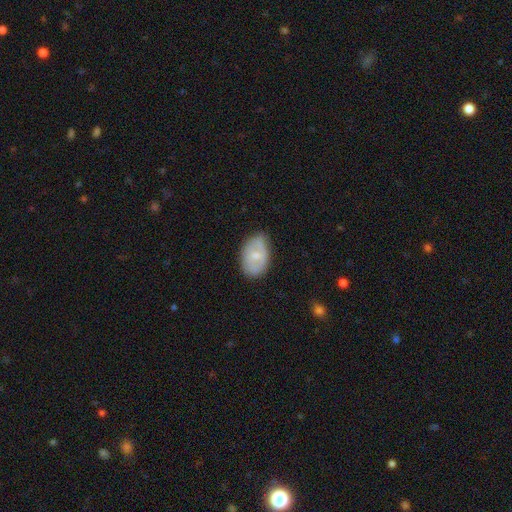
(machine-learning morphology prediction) smooth_or_featured: smooth (p=0.54) [alt: featured or disk p=0.39]
how_rounded: in between (p=0.87) [alt: round p=0.12]
merging: none (p=0.73) [alt: minor disturbance p=0.22]